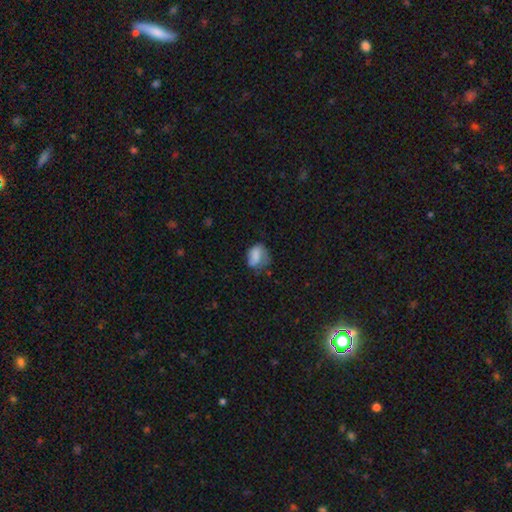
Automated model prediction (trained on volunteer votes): This appears to be a smooth galaxy with no disk features (63%) that is in between round and cigar-shaped (64%). Merging: none (37%).